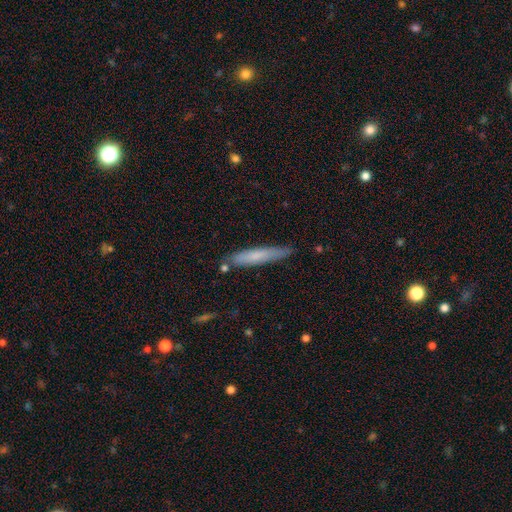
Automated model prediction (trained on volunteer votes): Smooth or featured?
  - smooth: 67% *
  - featured or disk: 26%
  - star or artifact: 6%
How rounded?
  - cigar-shaped: 92% *
  - in between: 7%
  - round: 1%
Merging?
  - none: 80% *
  - minor disturbance: 15%
  - merger: 3%
  - major disturbance: 2%